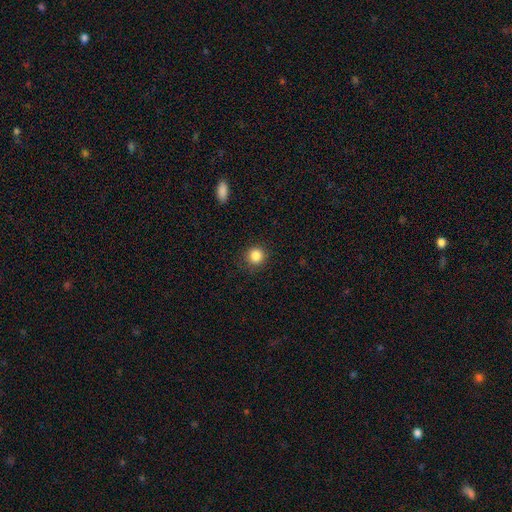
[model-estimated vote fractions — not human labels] Smooth or featured?
  - smooth: 85% *
  - star or artifact: 11%
  - featured or disk: 4%
How rounded?
  - round: 92% *
  - in between: 7%
  - cigar-shaped: 1%
Merging?
  - none: 89% *
  - minor disturbance: 8%
  - major disturbance: 3%
  - merger: 1%